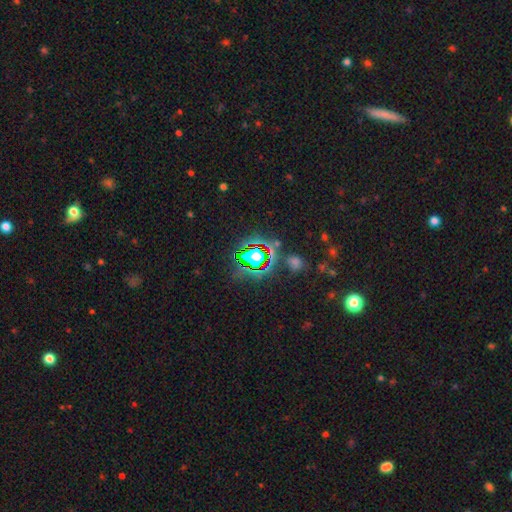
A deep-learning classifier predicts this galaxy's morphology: type=star or artifact (65%).